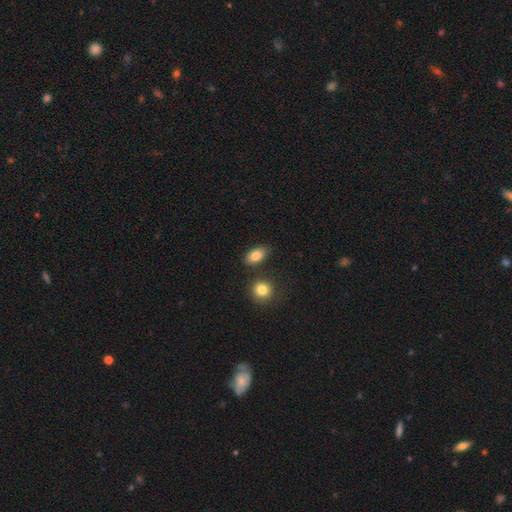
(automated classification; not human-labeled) The model was most divided on "merging": none: 78%, minor disturbance: 12%, merger: 7%, major disturbance: 3%. More confident: how rounded — in between (87%); smooth or featured — smooth (85%).